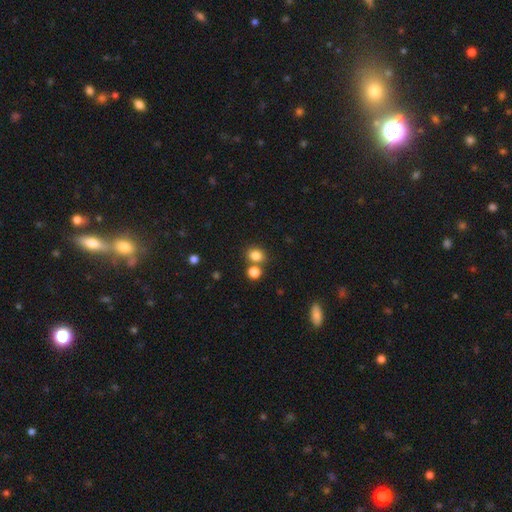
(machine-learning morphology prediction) Q: Smooth or featured?
A: smooth (82%); runner-up: star or artifact (12%)
Q: How rounded?
A: round (58%); runner-up: in between (41%)
Q: Merging?
A: none (65%); runner-up: merger (22%)